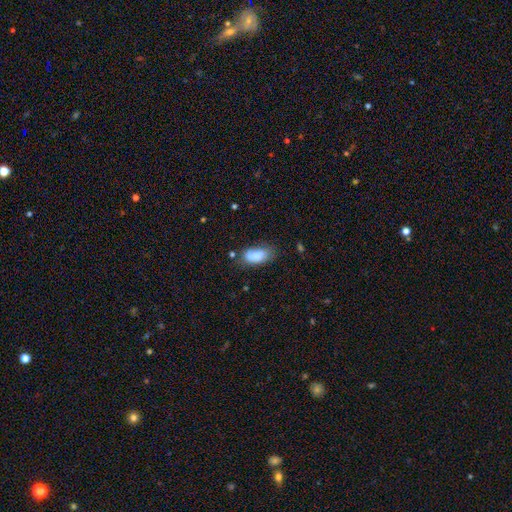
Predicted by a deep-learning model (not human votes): The model was most divided on "merging": none: 61%, minor disturbance: 26%, major disturbance: 8%, merger: 5%. More confident: how rounded — in between (90%); smooth or featured — smooth (85%).